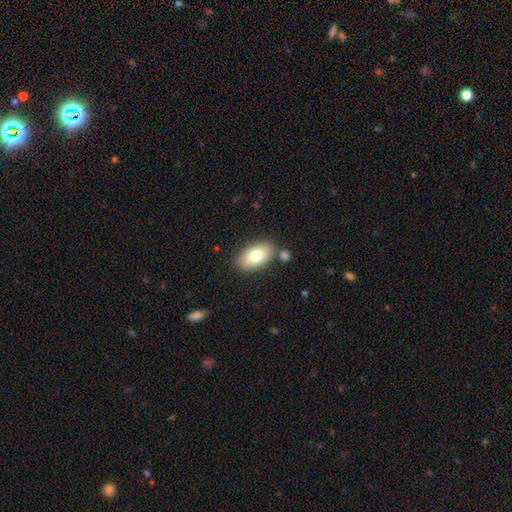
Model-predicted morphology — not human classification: Smooth or featured?
  - smooth: 76% *
  - featured or disk: 16%
  - star or artifact: 7%
How rounded?
  - in between: 93% *
  - round: 5%
  - cigar-shaped: 2%
Merging?
  - none: 80% *
  - minor disturbance: 11%
  - merger: 6%
  - major disturbance: 3%